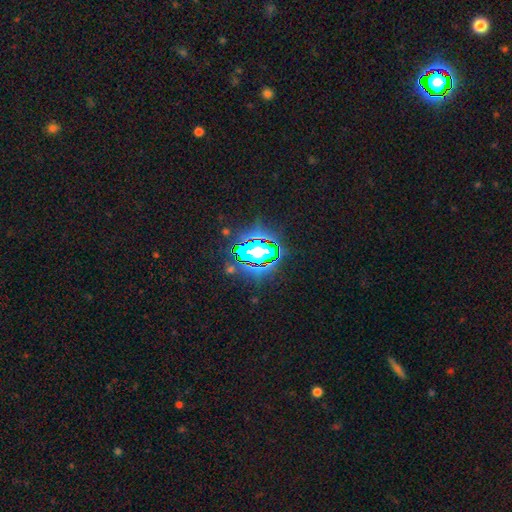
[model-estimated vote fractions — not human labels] A star or artifact, not a galaxy (66%).